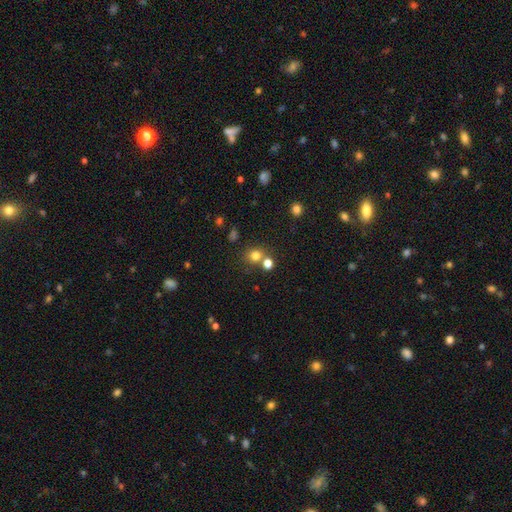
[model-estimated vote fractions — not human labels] smooth_or_featured: smooth (p=0.76) [alt: star or artifact p=0.17]
how_rounded: round (p=0.77) [alt: in between p=0.22]
merging: none (p=0.63) [alt: merger p=0.24]